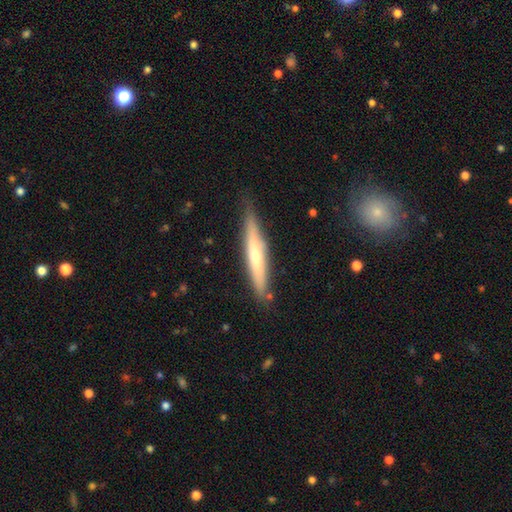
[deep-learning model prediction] A featured or disk galaxy (51%) viewed edge-on (90%). Merging: none (80%).